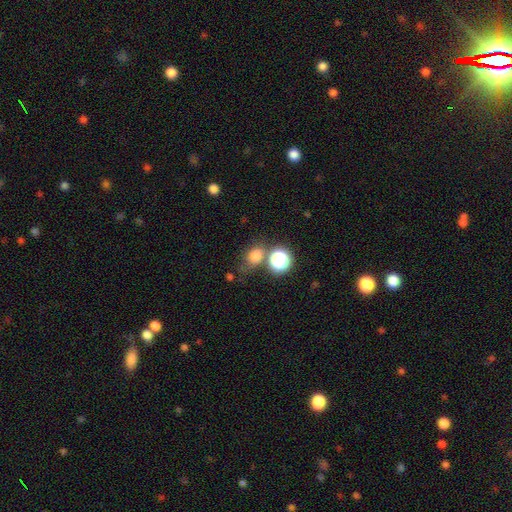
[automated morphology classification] A smooth galaxy with no disk features (74%) that is round (59%).

Vote fractions:
- Smooth or featured? smooth: 74% / star or artifact: 18% / featured or disk: 8%
- How rounded? round: 59% / in between: 40% / cigar-shaped: 1%
- Merging? none: 59% / merger: 19% / minor disturbance: 15% / major disturbance: 7%